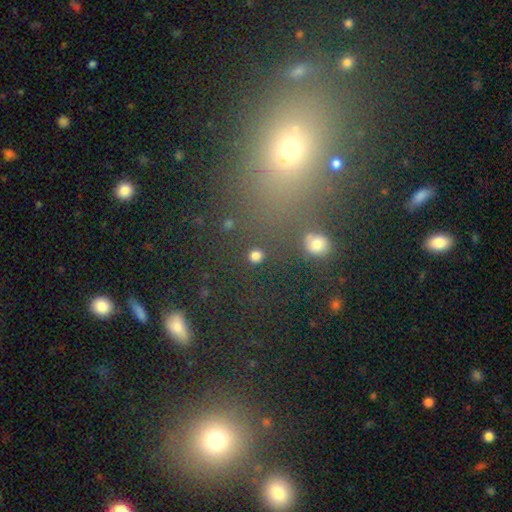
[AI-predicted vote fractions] Morphology: type=smooth (81%); roundness=round (91%); merging=none (88%).